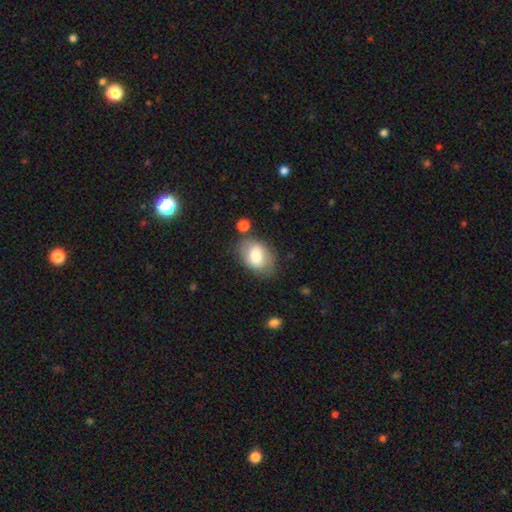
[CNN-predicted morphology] The model was most divided on "smooth or featured": smooth: 70%, featured or disk: 23%, star or artifact: 7%. More confident: how rounded — in between (83%); merging — none (69%).